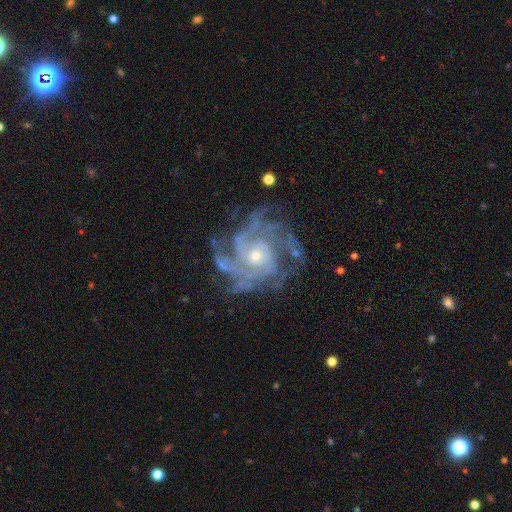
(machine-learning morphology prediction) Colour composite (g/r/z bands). It shows a featured or disk galaxy (90%) with no bar (72%), 4 (30%) tight (61%) spiral arms (98%) and a small central bulge (63%). Merging: none (69%).